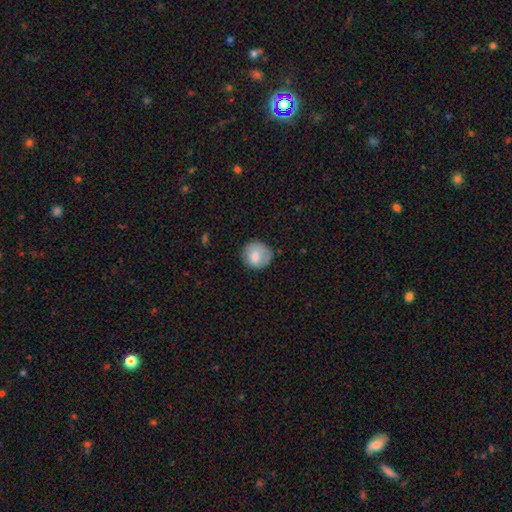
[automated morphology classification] smooth-or-featured: smooth: 80% | featured or disk: 13% | star or artifact: 7%
  how-rounded: round: 86% | in between: 13% | cigar-shaped: 1%
  merging: none: 71% | minor disturbance: 21% | major disturbance: 6% | merger: 1%